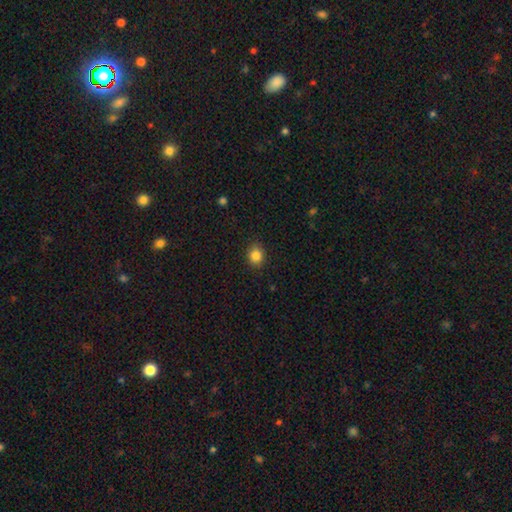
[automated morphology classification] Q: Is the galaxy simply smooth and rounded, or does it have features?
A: smooth — 85%.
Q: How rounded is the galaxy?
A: round — 75%.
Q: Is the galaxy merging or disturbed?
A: none — 87%.